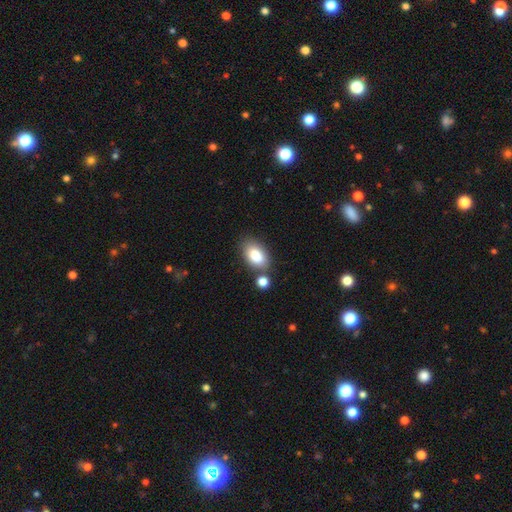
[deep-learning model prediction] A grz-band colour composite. It shows a smooth galaxy with no disk features (84%) that is in between round and cigar-shaped (92%). Merging: none (66%).